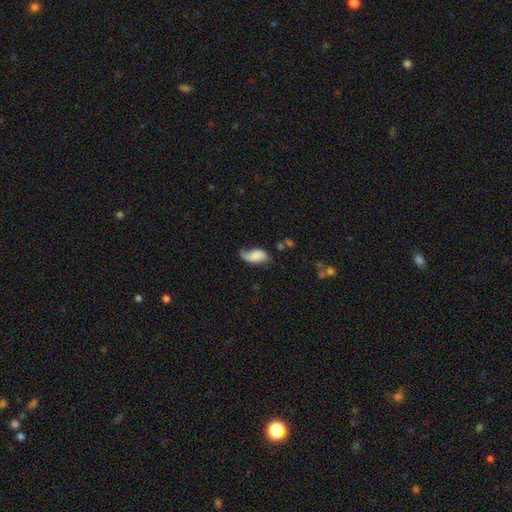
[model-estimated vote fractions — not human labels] Smooth or featured? Predicted: smooth (p=0.47). Merging? Predicted: none (p=0.44).